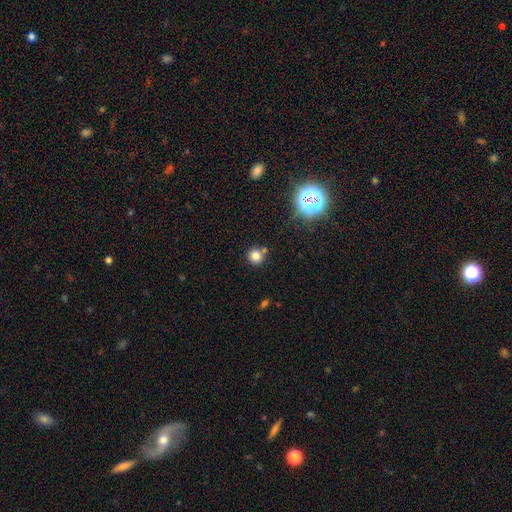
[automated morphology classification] Q: Smooth or featured?
A: smooth (81%); runner-up: star or artifact (14%)
Q: How rounded?
A: round (90%); runner-up: in between (9%)
Q: Merging?
A: none (73%); runner-up: merger (14%)